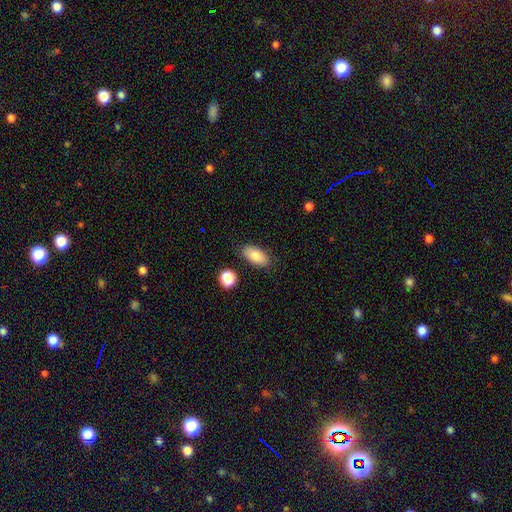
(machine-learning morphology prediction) smooth-or-featured: smooth: 85% | featured or disk: 8% | star or artifact: 7%
  how-rounded: in between: 91% | cigar-shaped: 5% | round: 4%
  merging: none: 83% | minor disturbance: 11% | major disturbance: 3% | merger: 3%